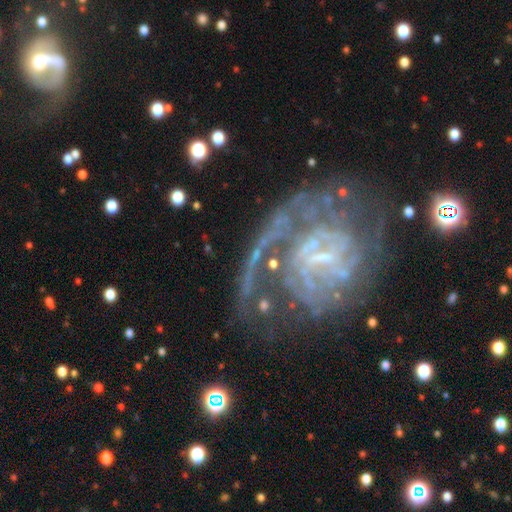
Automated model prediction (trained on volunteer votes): featured or disk 80%, star or artifact 12%, smooth 8%. Down the decision tree: edge-on disk — no (96%); bar — weak (41%); spiral arms — yes (86%); spiral arm count — can't tell (32%); spiral winding — tight (40%); bulge size — small (41%); merging — none (48%).